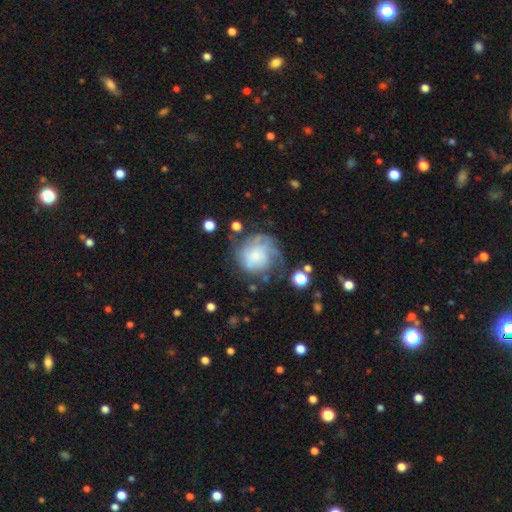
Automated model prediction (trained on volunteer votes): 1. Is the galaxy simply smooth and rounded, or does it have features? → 57% featured or disk, 34% smooth, 9% star or artifact.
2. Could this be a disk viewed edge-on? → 98% no, 2% yes.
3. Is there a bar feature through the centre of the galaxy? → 76% no, 20% weak, 4% strong.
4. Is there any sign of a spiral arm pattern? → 78% yes, 22% no.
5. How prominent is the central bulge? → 29% none, 27% small, 23% moderate, 18% large, 4% dominant.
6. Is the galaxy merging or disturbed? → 49% none, 24% major disturbance, 22% minor disturbance, 4% merger.